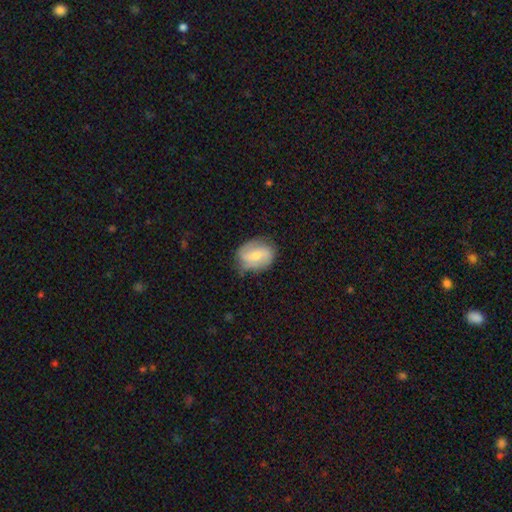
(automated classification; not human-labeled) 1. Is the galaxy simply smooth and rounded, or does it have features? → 62% featured or disk, 32% smooth, 6% star or artifact.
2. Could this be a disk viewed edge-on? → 97% no, 3% yes.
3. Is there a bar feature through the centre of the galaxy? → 45% weak, 36% no, 18% strong.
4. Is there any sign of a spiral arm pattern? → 86% yes, 14% no.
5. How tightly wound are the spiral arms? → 42% medium, 32% loose, 26% tight.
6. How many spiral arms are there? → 74% 2, 14% can't tell, 5% 3, 4% 1, 2% 4, 2% more than 4.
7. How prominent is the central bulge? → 48% small, 46% moderate, 2% none, 2% large, 1% dominant.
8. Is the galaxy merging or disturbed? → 69% none, 23% minor disturbance, 7% major disturbance, 1% merger.